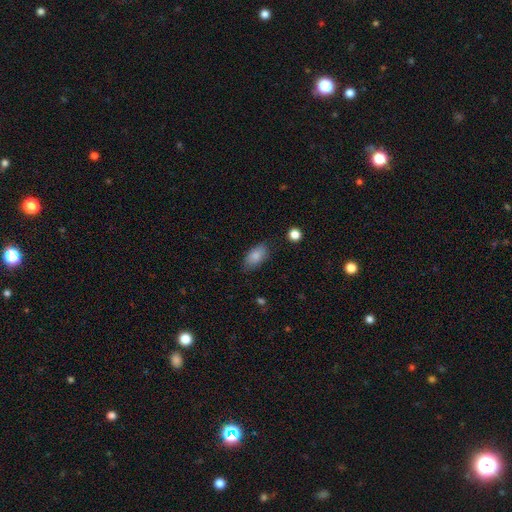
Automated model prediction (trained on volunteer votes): A smooth galaxy with no disk features (83%) that is in between round and cigar-shaped (92%). Merging: none (77%).